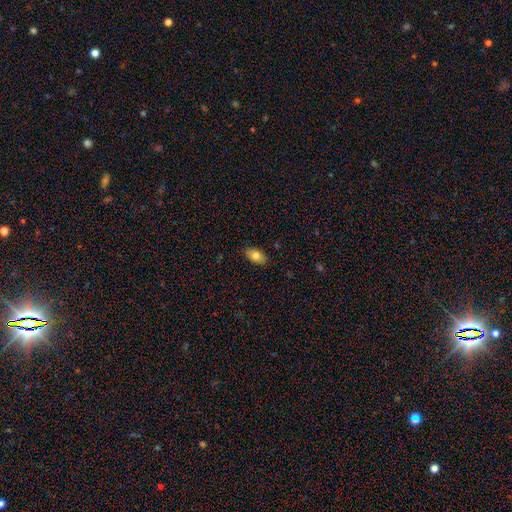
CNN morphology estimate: Smooth or featured: smooth — 77% (featured or disk — 15%)
How rounded: in between — 91% (round — 7%)
Merging: none — 87% (minor disturbance — 10%)